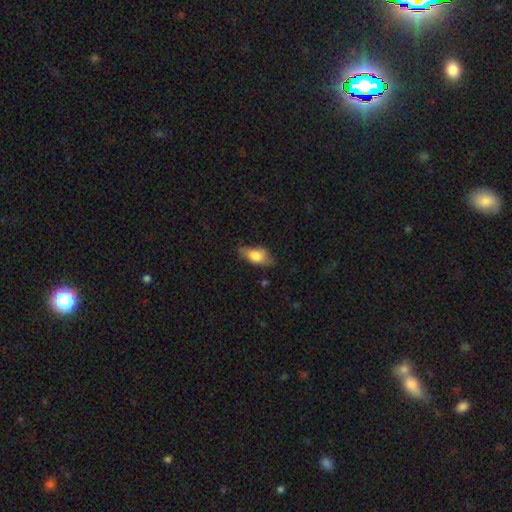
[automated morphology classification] The model was most divided on "merging": none: 64%, minor disturbance: 27%, major disturbance: 7%, merger: 2%. More confident: how rounded — in between (85%); smooth or featured — smooth (76%).